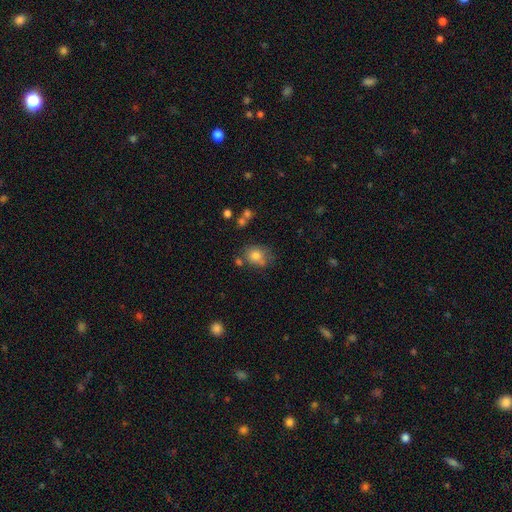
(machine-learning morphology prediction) Overall: smooth (78%). How rounded: round (54%; in between 45%). Merging: none (54%; minor disturbance 24%).